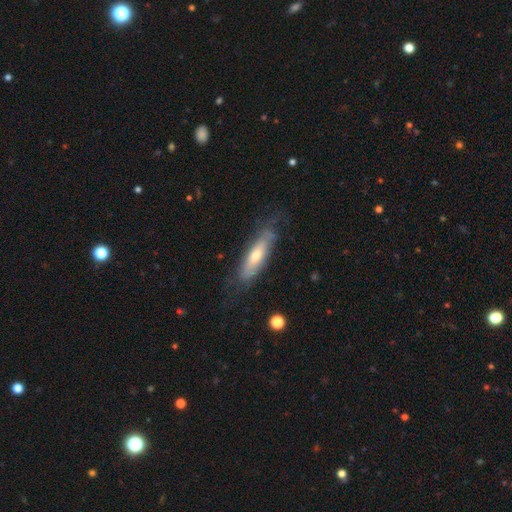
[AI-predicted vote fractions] Overall: featured or disk (48%; smooth 46%). Merging: none (64%).